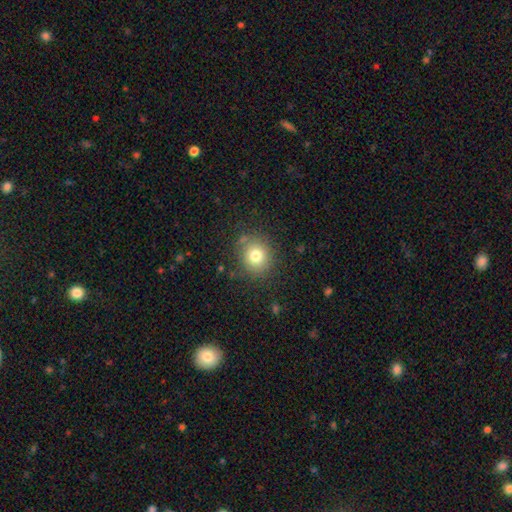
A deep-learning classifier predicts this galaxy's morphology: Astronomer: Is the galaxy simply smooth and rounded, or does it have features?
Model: smooth — 77%.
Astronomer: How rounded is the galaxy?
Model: round — 85%.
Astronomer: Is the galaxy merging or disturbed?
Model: none — 84%.